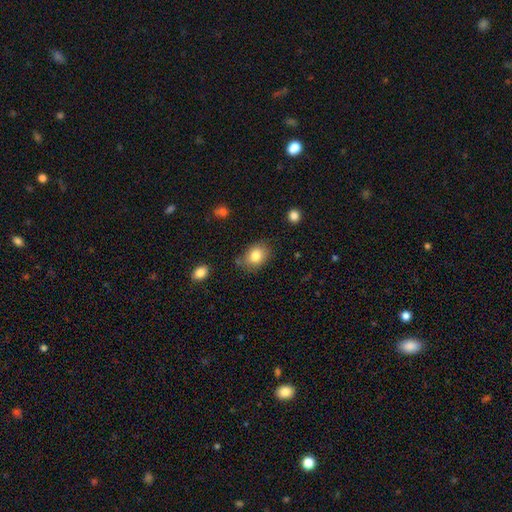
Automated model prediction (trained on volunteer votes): A smooth galaxy with no disk features (82%) that is in between round and cigar-shaped (63%).

Vote fractions:
- Smooth or featured? smooth: 82% / star or artifact: 9% / featured or disk: 9%
- How rounded? in between: 63% / round: 36% / cigar-shaped: 1%
- Merging? none: 73% / minor disturbance: 18% / major disturbance: 4% / merger: 4%